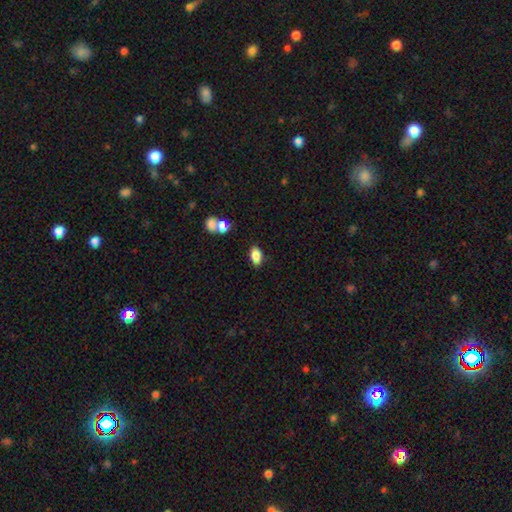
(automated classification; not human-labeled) This appears to be a smooth galaxy with no disk features (85%) that is in between round and cigar-shaped (90%). Merging: none (81%).